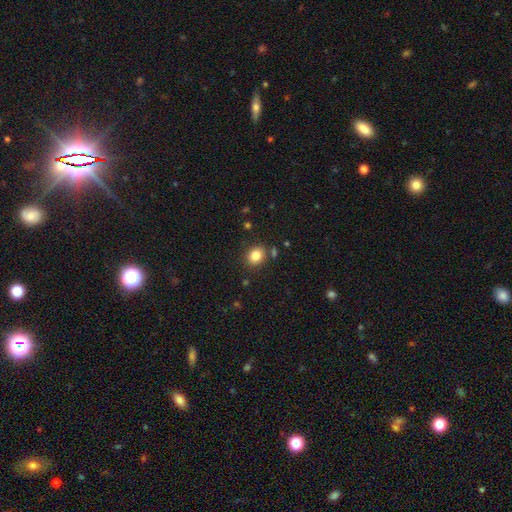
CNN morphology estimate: A smooth galaxy with no disk features (82%) that is round (65%).

Vote fractions:
- Smooth or featured? smooth: 82% / star or artifact: 11% / featured or disk: 7%
- How rounded? round: 65% / in between: 35% / cigar-shaped: 1%
- Merging? none: 82% / minor disturbance: 10% / merger: 5% / major disturbance: 3%